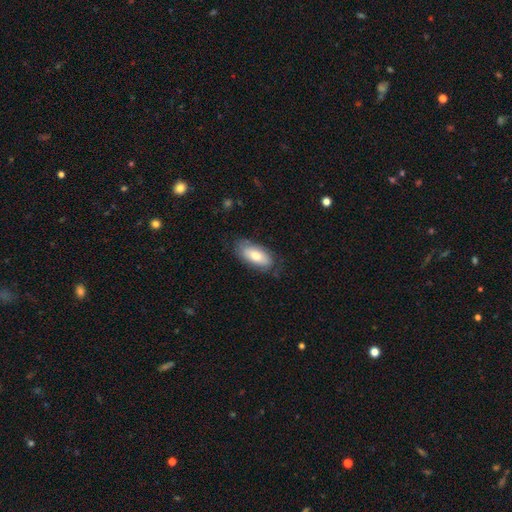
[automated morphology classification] Smooth or featured? smooth (71%)
How rounded? in between (88%)
Merging? none (75%)